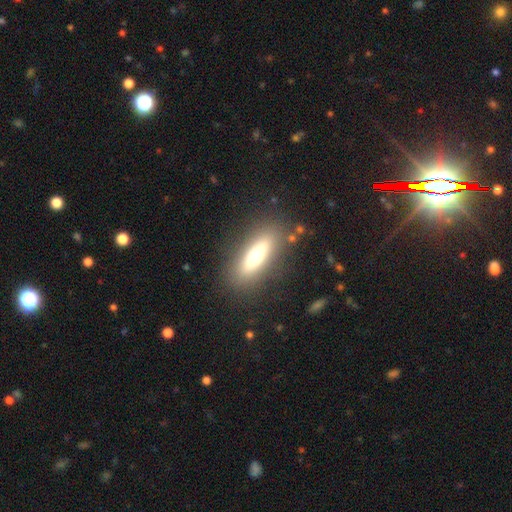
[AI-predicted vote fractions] The model was most divided on "how rounded": cigar-shaped: 58%, in between: 40%, round: 2%. More confident: merging — none (86%); smooth or featured — smooth (59%).